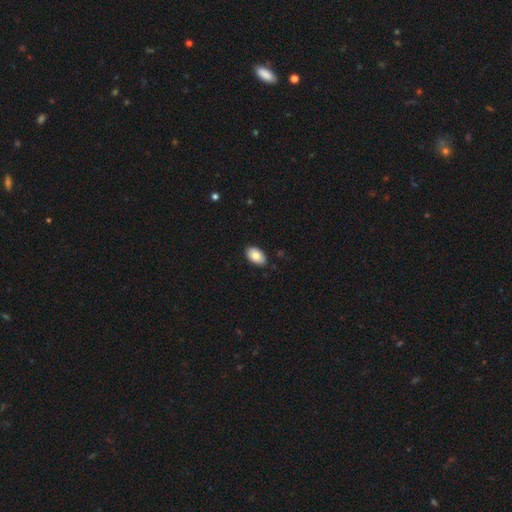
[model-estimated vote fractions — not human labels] This appears to be a smooth galaxy with no disk features (81%) that is in between round and cigar-shaped (93%). Merging: none (87%).